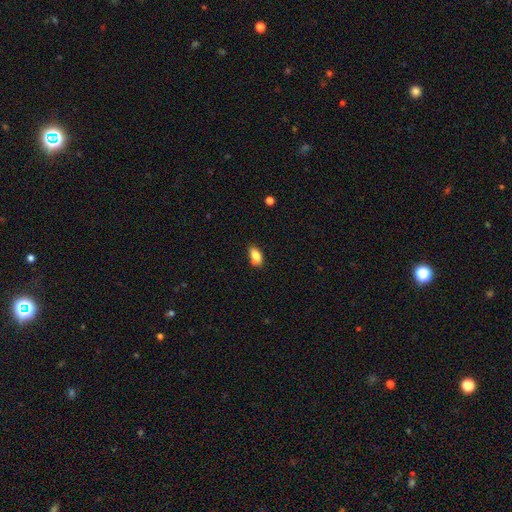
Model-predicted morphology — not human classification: Smooth or featured? smooth (84%)
How rounded? in between (89%)
Merging? none (74%)